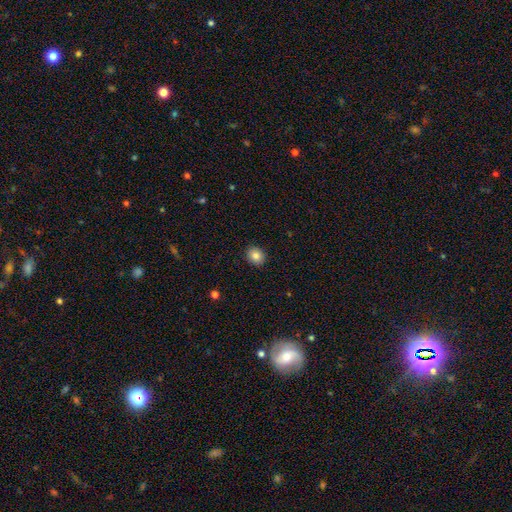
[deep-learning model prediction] The model was most divided on "how rounded": round: 72%, in between: 28%, cigar-shaped: 1%. More confident: merging — none (91%); smooth or featured — smooth (84%).